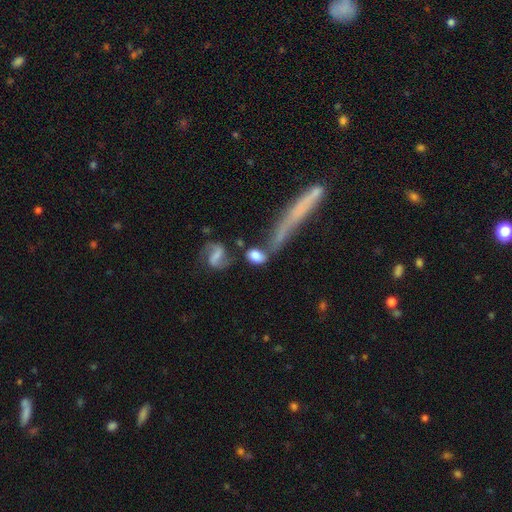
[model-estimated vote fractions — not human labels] smooth_or_featured: smooth (p=0.67) [alt: featured or disk p=0.25]
how_rounded: in between (p=0.79) [alt: round p=0.12]
merging: none (p=0.48) [alt: merger p=0.24]